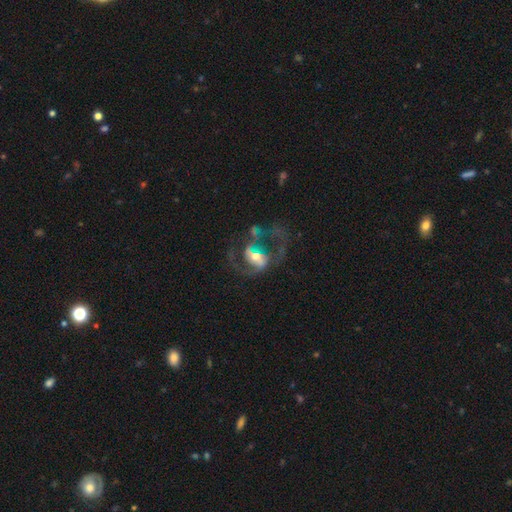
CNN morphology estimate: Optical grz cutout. It shows a featured or disk galaxy (79%) with a weak bar (40%), 2 (82%) medium (48%) spiral arms (84%) and a moderate central bulge (60%). Merging: none (42%).